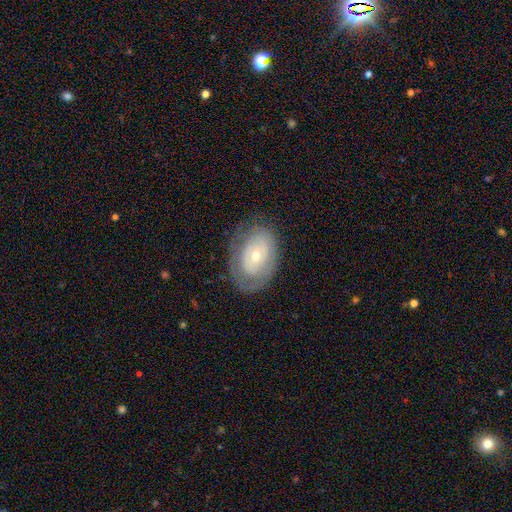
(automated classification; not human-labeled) Smooth or featured? Predicted: featured or disk (p=0.55). Edge-on disk? Predicted: no (p=0.93). Bar? Predicted: no (p=0.80). Spiral arms? Predicted: no (p=0.58). Bulge size? Predicted: small (p=0.60). Merging? Predicted: none (p=0.73).